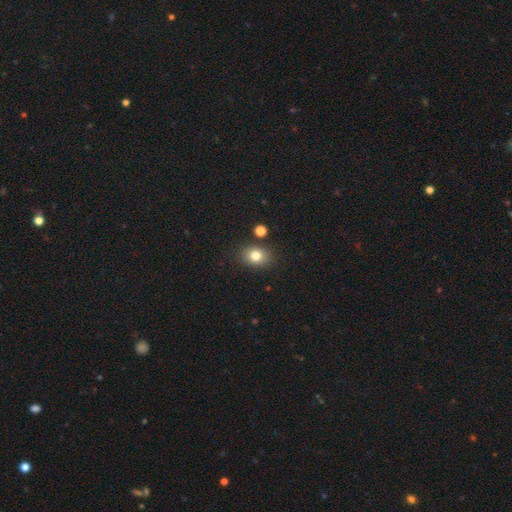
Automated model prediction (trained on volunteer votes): Smooth or featured? smooth (79%)
How rounded? in between (55%)
Merging? none (82%)